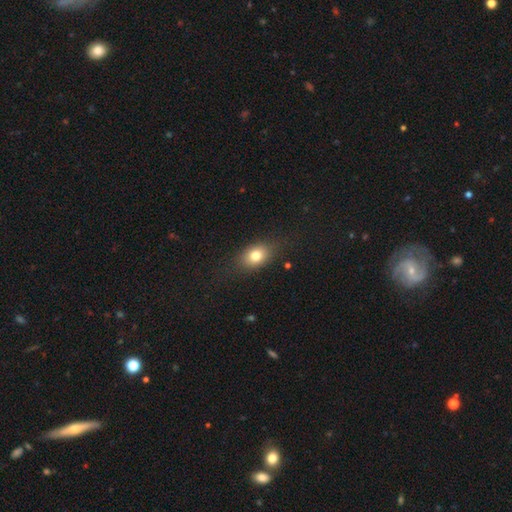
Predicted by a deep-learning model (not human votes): Smooth or featured: smooth — 77% (featured or disk — 13%)
How rounded: in between — 70% (round — 28%)
Merging: none — 78% (minor disturbance — 15%)